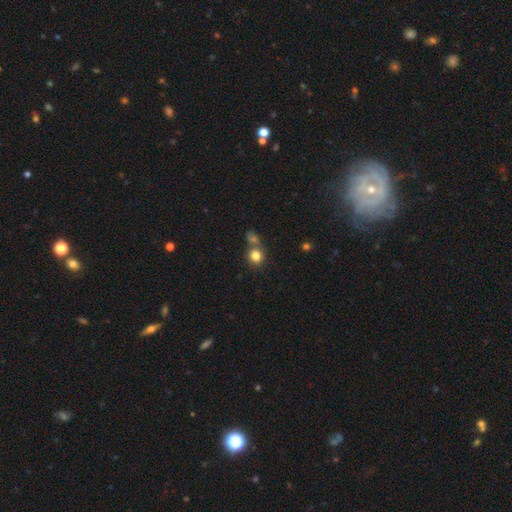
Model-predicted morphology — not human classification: This appears to be a smooth galaxy with no disk features (81%) that is round (84%). Merging: none (53%).